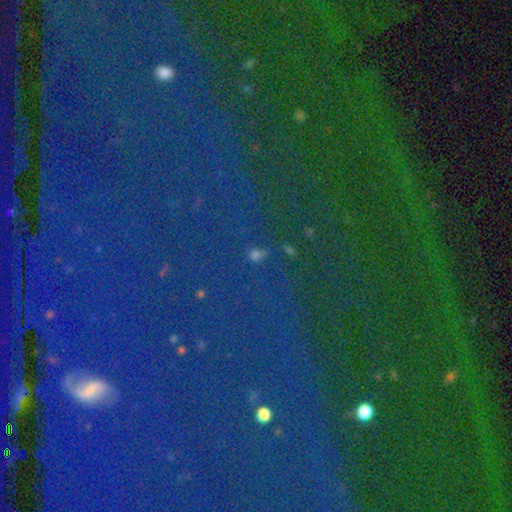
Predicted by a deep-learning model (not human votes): Smooth or featured: star or artifact — 76% (smooth — 16%)